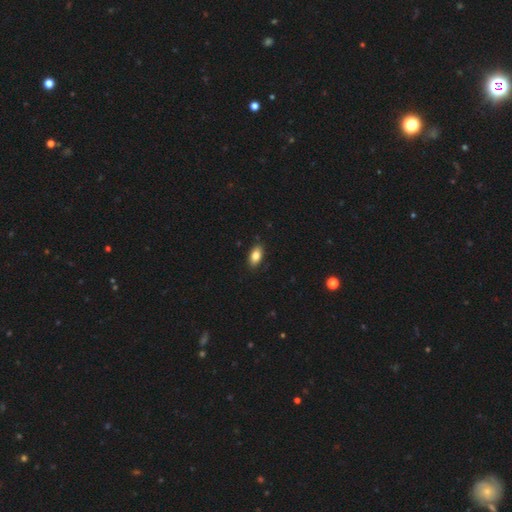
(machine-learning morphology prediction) Smooth or featured: smooth — 84% (star or artifact — 8%)
How rounded: in between — 91% (round — 5%)
Merging: none — 87% (minor disturbance — 10%)